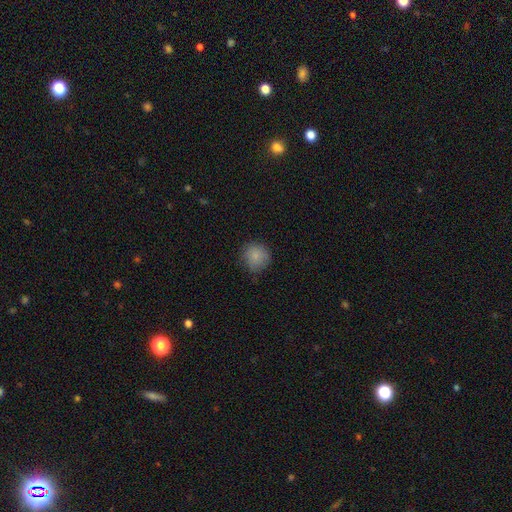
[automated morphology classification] A smooth galaxy with no disk features (84%) that is round (89%). Merging: none (76%).